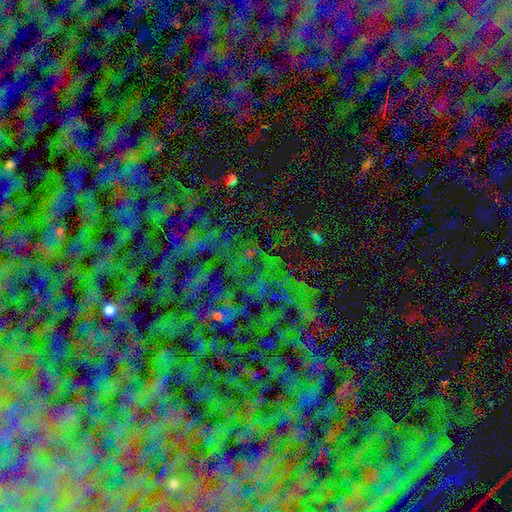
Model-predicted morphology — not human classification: This appears to be a star or artifact, not a galaxy (83%).